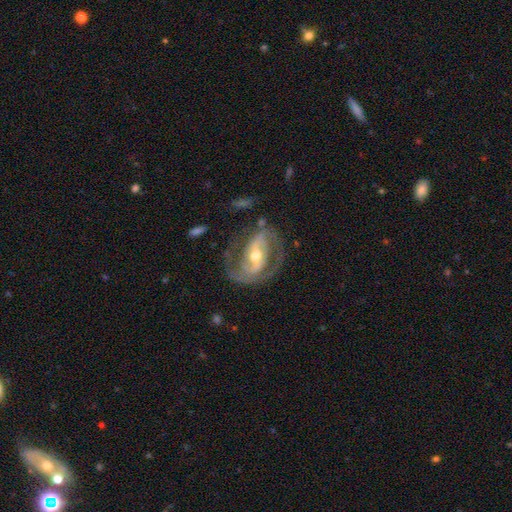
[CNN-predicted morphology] The model was most divided on "bar": strong: 45%, weak: 35%, no: 19%. More confident: edge-on disk — no (97%); spiral arms — yes (93%); smooth or featured — featured or disk (89%); spiral arm count — 2 (88%); merging — none (70%); bulge size — moderate (66%); spiral winding — medium (53%).